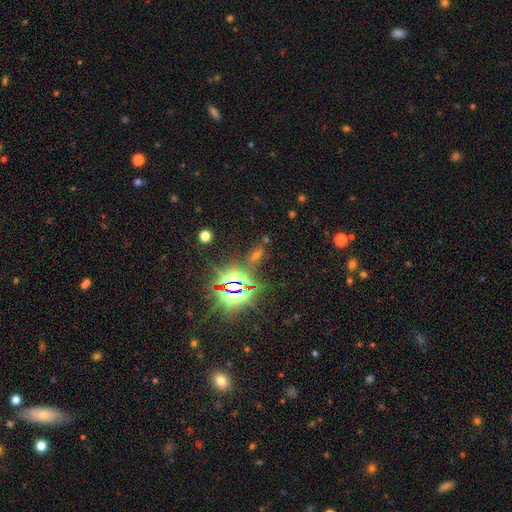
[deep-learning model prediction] Smooth or featured: star or artifact — 66% (smooth — 22%)